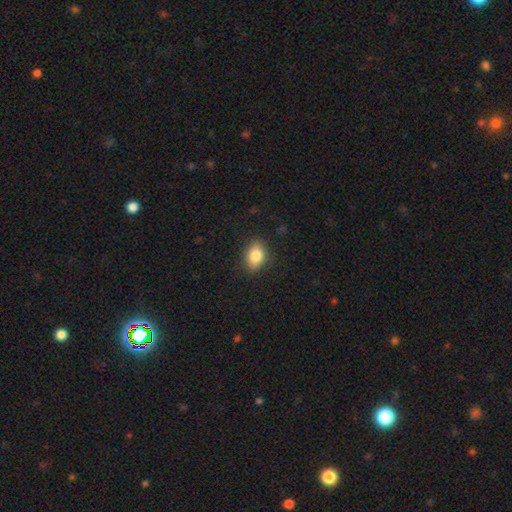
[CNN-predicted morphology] smooth-or-featured: smooth: 82% | featured or disk: 9% | star or artifact: 8%
  how-rounded: in between: 81% | round: 17% | cigar-shaped: 2%
  merging: none: 85% | minor disturbance: 11% | major disturbance: 3% | merger: 1%